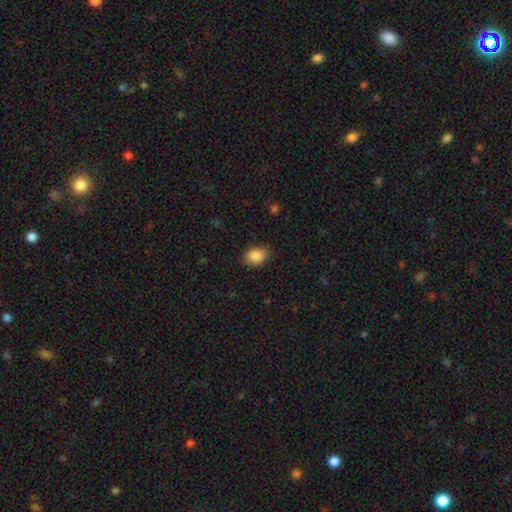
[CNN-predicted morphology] A smooth galaxy with no disk features (87%) that is in between round and cigar-shaped (70%). Merging: none (85%).